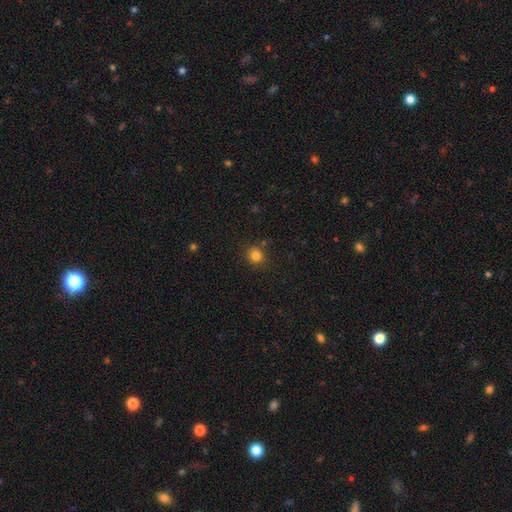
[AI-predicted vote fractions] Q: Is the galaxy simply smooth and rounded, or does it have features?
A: smooth — 81%.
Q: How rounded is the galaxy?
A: round — 81%.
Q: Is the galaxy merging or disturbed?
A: none — 82%.